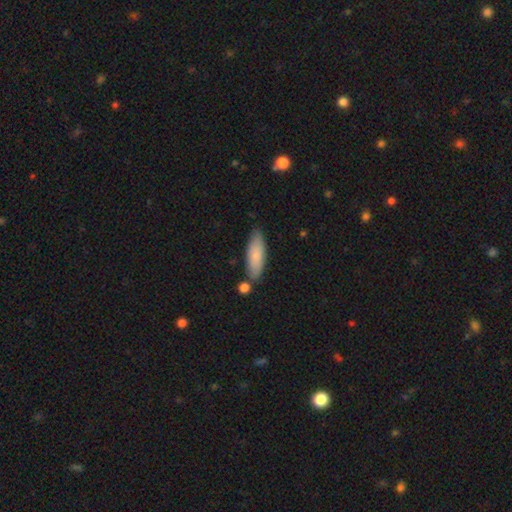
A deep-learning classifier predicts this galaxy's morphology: Smooth or featured? Predicted: smooth (p=0.81). How rounded? Predicted: in between (p=0.53). Merging? Predicted: none (p=0.78).